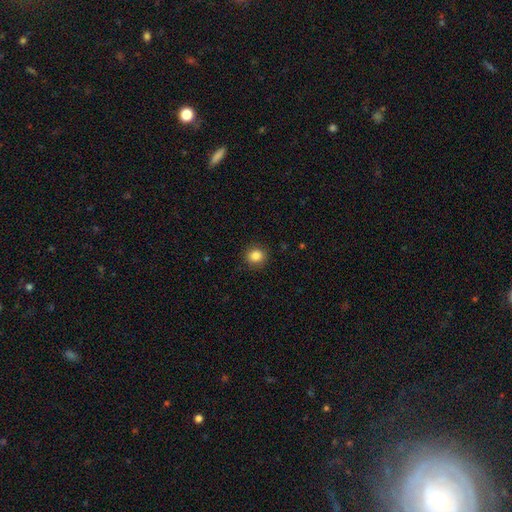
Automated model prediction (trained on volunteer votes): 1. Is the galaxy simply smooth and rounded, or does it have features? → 85% smooth, 10% star or artifact, 5% featured or disk.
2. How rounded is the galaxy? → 83% round, 16% in between, 1% cigar-shaped.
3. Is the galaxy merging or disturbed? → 90% none, 7% minor disturbance, 2% major disturbance, 1% merger.